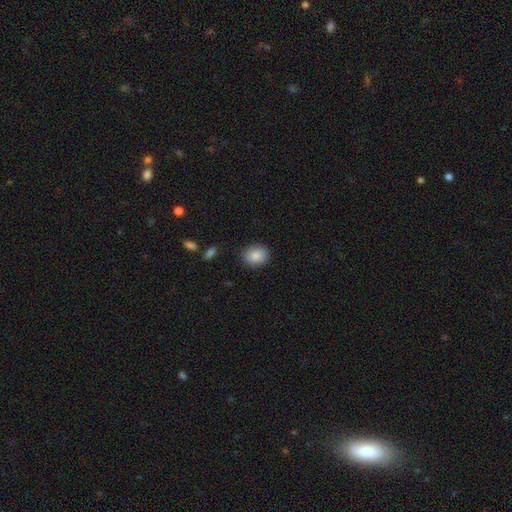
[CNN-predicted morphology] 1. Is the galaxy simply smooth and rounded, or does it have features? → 87% smooth, 8% star or artifact, 5% featured or disk.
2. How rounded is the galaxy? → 57% round, 42% in between, 1% cigar-shaped.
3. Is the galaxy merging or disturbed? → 86% none, 10% minor disturbance, 3% major disturbance, 1% merger.